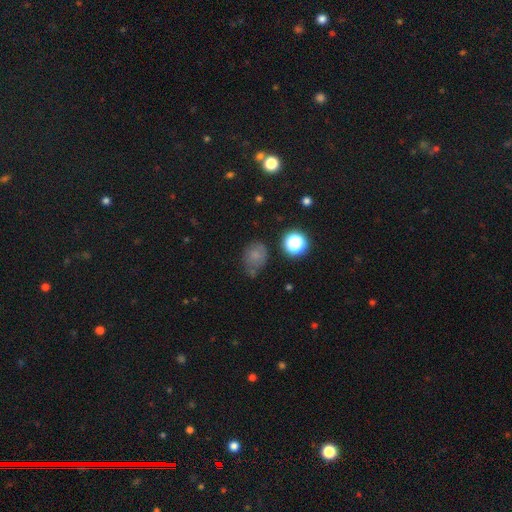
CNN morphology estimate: Smooth or featured?
  - smooth: 66% *
  - star or artifact: 20%
  - featured or disk: 14%
How rounded?
  - round: 51% *
  - in between: 48%
  - cigar-shaped: 1%
Merging?
  - none: 55% *
  - minor disturbance: 28%
  - major disturbance: 9%
  - merger: 8%